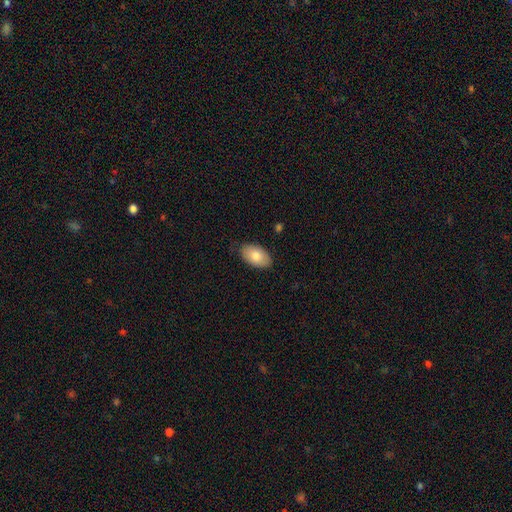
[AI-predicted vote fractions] Smooth or featured? smooth (80%)
How rounded? in between (94%)
Merging? none (82%)